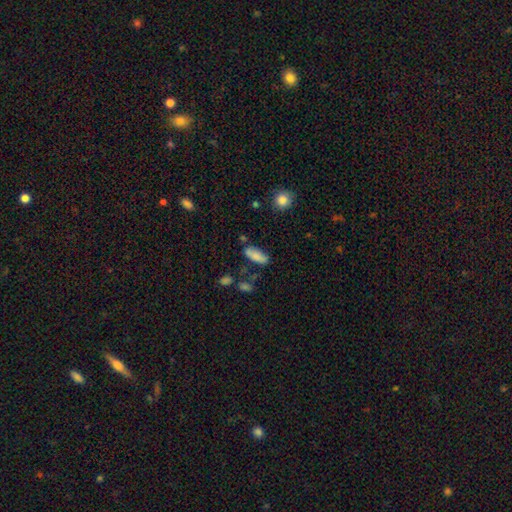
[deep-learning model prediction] This appears to be a smooth galaxy with no disk features (83%) that is in between round and cigar-shaped (69%). Merging: none (71%).